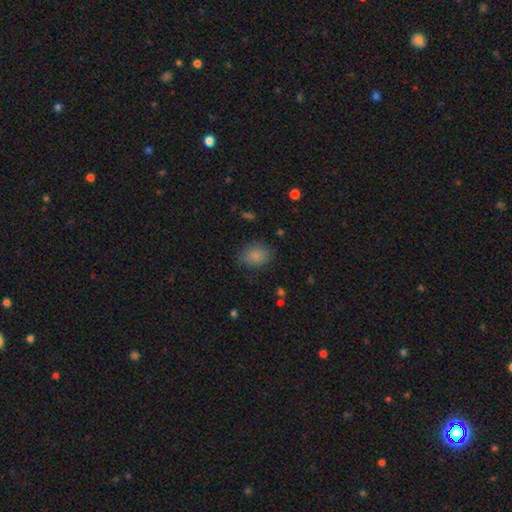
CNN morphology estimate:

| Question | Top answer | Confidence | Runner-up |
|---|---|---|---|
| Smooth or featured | smooth | 83% | star or artifact (10%) |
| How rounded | round | 51% | in between (48%) |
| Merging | none | 77% | minor disturbance (17%) |